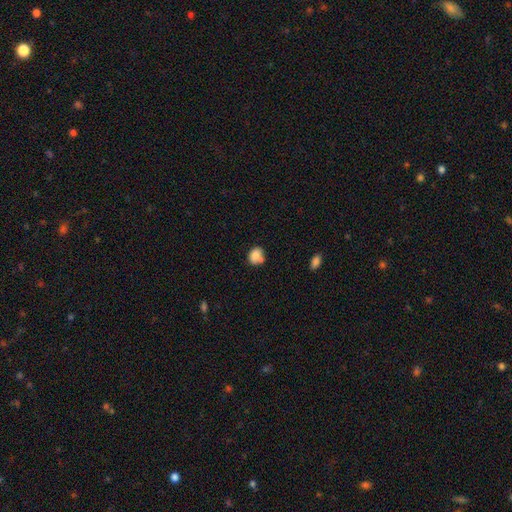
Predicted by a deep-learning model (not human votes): smooth 81%, star or artifact 9%, featured or disk 9%. Down the decision tree: how rounded — round (58%); merging — none (53%).